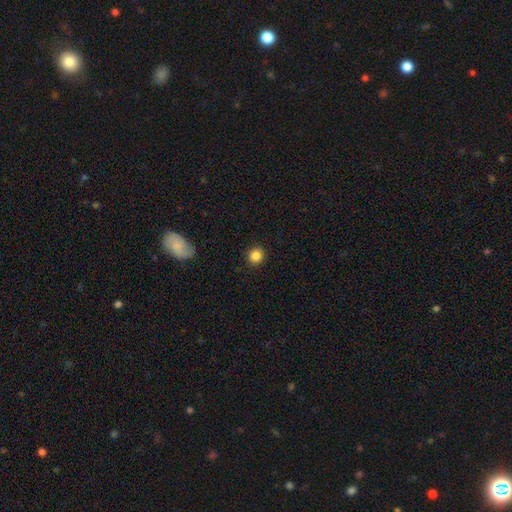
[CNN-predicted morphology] This appears to be a smooth galaxy with no disk features (85%) that is round (89%). Merging: none (91%).